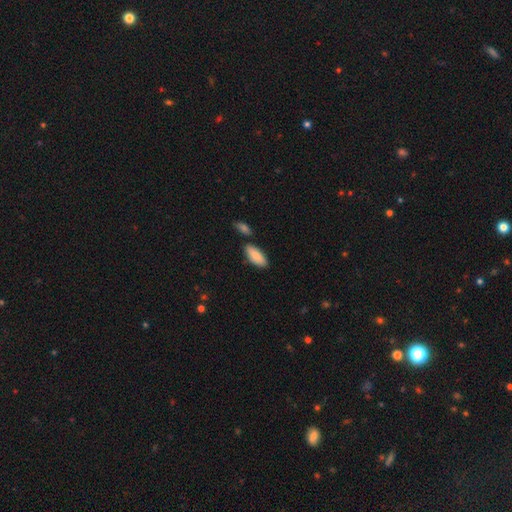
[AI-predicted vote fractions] Morphology: type=smooth (87%); roundness=in between (85%); merging=none (75%).